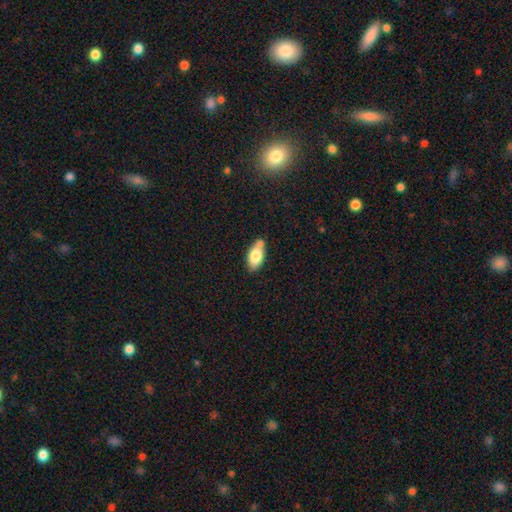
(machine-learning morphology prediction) Smooth or featured?
  - smooth: 77% *
  - featured or disk: 16%
  - star or artifact: 7%
How rounded?
  - in between: 90% *
  - cigar-shaped: 5%
  - round: 5%
Merging?
  - none: 55% *
  - merger: 24%
  - minor disturbance: 17%
  - major disturbance: 4%